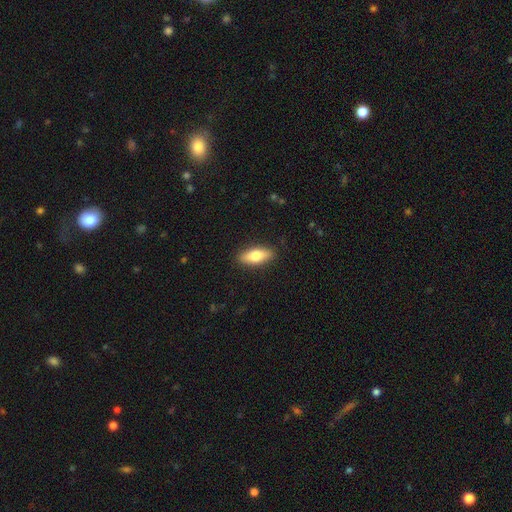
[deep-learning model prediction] smooth-or-featured: smooth: 69% | featured or disk: 25% | star or artifact: 6%
  how-rounded: in between: 69% | cigar-shaped: 28% | round: 3%
  merging: none: 89% | minor disturbance: 8% | major disturbance: 2% | merger: 1%